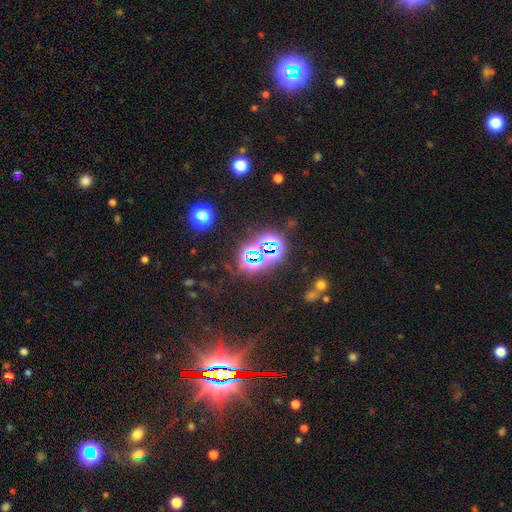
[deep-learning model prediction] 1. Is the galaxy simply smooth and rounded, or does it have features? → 76% star or artifact, 15% smooth, 9% featured or disk.